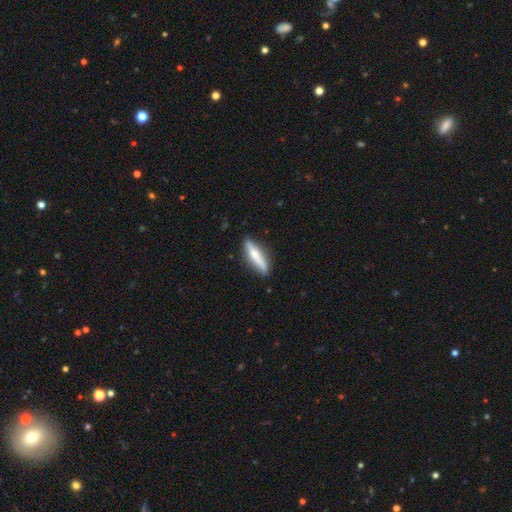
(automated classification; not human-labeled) smooth-or-featured: smooth: 52% | featured or disk: 43% | star or artifact: 6%
  how-rounded: cigar-shaped: 81% | in between: 17% | round: 2%
  merging: none: 85% | minor disturbance: 11% | major disturbance: 2% | merger: 2%